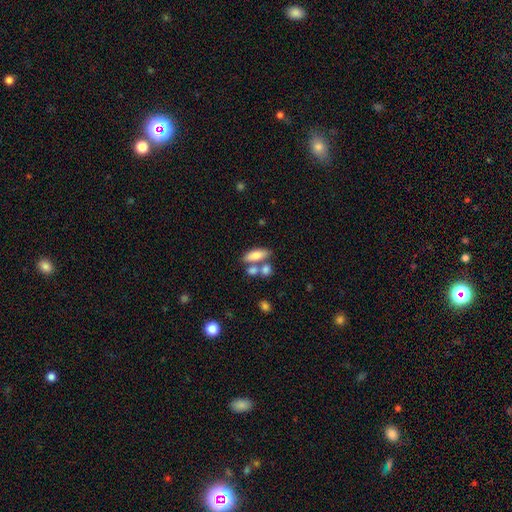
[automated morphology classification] smooth 76%, featured or disk 17%, star or artifact 7%. Down the decision tree: how rounded — in between (72%); merging — none (51%).